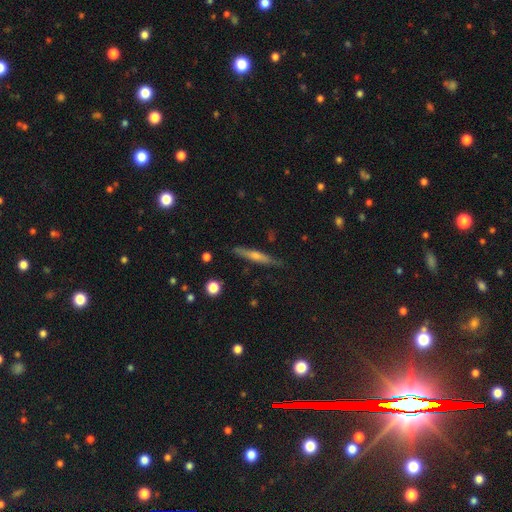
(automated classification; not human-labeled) This is possibly a featured or disk galaxy (56%). It is clearly viewed edge-on (94%). Edge-on bulge: likely rounded (66%). Merging: clearly none (85%).